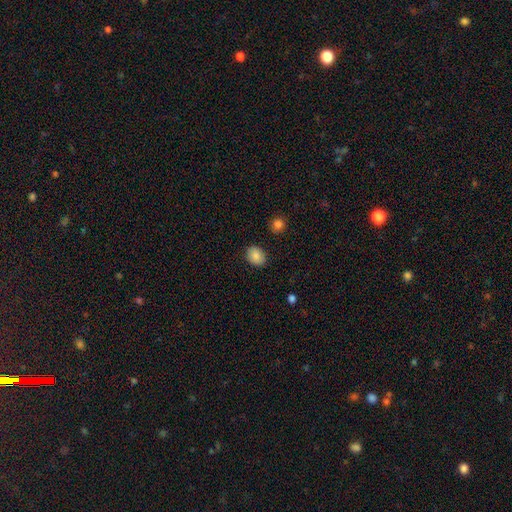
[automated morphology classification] Smooth or featured?
  - smooth: 86% *
  - star or artifact: 8%
  - featured or disk: 6%
How rounded?
  - in between: 56% *
  - round: 43%
  - cigar-shaped: 1%
Merging?
  - none: 87% *
  - minor disturbance: 9%
  - major disturbance: 2%
  - merger: 1%